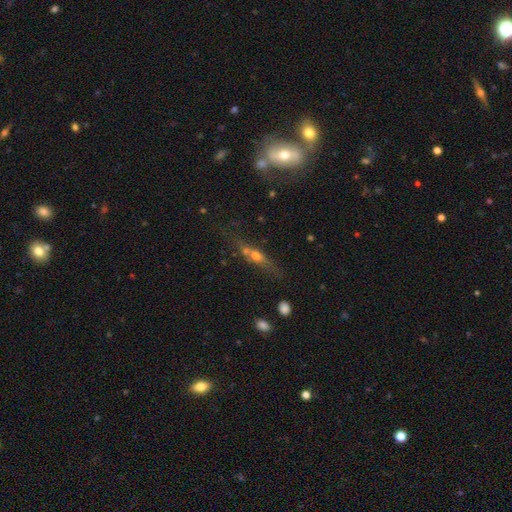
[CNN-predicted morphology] Smooth or featured: featured or disk — 47% (smooth — 42%)
Merging: none — 52% (merger — 19%)